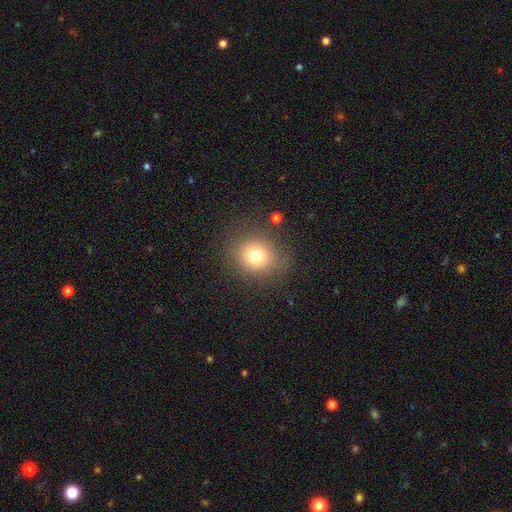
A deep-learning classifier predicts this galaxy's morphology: Q: Smooth or featured?
A: smooth (76%); runner-up: star or artifact (14%)
Q: How rounded?
A: round (78%); runner-up: in between (21%)
Q: Merging?
A: none (82%); runner-up: minor disturbance (11%)